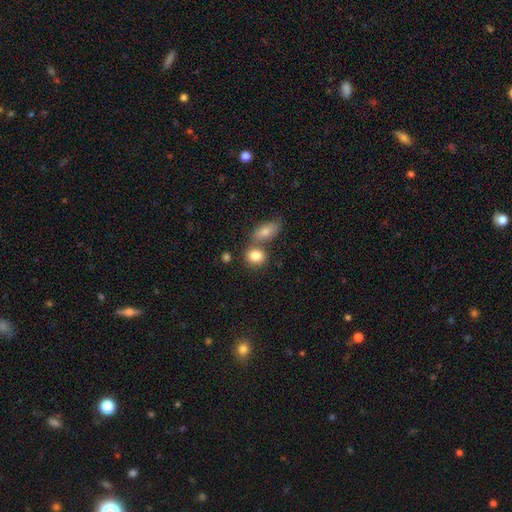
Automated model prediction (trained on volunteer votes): smooth 83%, star or artifact 9%, featured or disk 8%. Down the decision tree: how rounded — in between (52%); merging — none (49%).